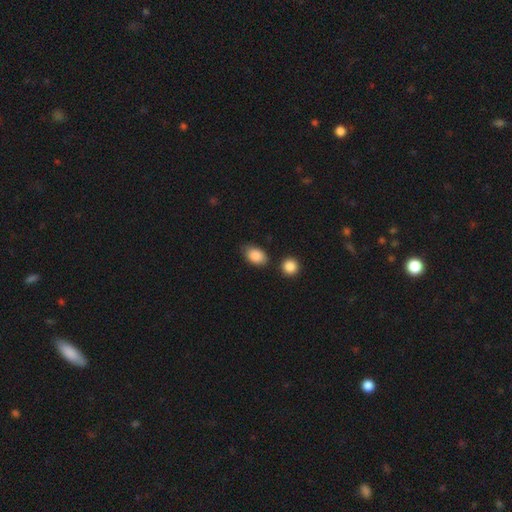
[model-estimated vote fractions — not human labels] The model was most divided on "merging": none: 73%, minor disturbance: 18%, merger: 6%, major disturbance: 4%. More confident: smooth or featured — smooth (88%); how rounded — in between (85%).